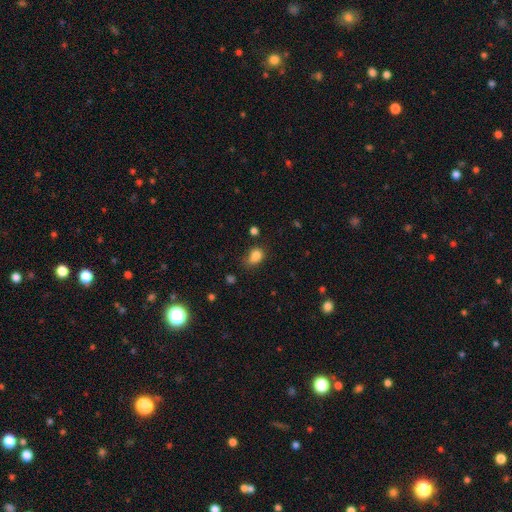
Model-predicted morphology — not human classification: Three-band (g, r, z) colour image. It shows a smooth galaxy with no disk features (83%) that is in between round and cigar-shaped (71%). Merging: none (54%).